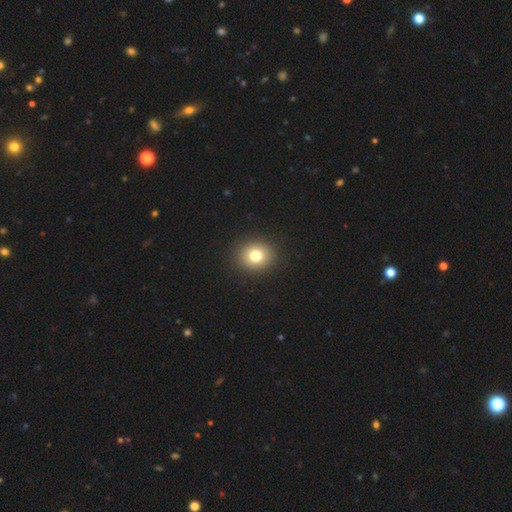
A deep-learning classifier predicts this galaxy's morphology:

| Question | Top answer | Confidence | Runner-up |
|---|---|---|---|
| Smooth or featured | smooth | 78% | star or artifact (12%) |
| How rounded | round | 76% | in between (23%) |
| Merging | none | 91% | minor disturbance (6%) |